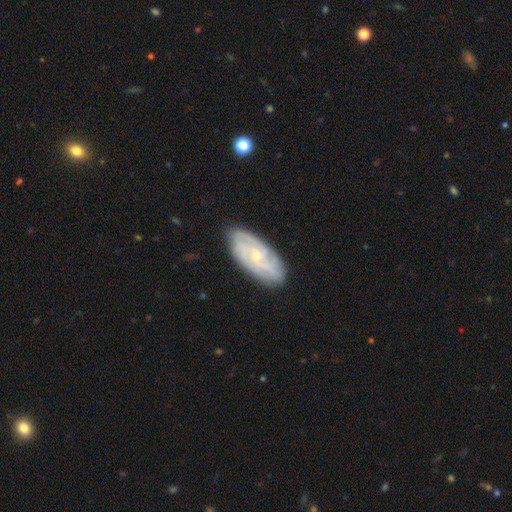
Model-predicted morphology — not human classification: Q: Smooth or featured?
A: featured or disk (71%); runner-up: smooth (23%)
Q: Edge-on disk?
A: no (92%); runner-up: yes (8%)
Q: Bar?
A: no (72%); runner-up: weak (24%)
Q: Spiral arms?
A: yes (90%); runner-up: no (10%)
Q: Spiral winding?
A: tight (60%); runner-up: medium (31%)
Q: Spiral arm count?
A: can't tell (40%); runner-up: 3 (19%)
Q: Bulge size?
A: small (71%); runner-up: moderate (24%)
Q: Merging?
A: none (82%); runner-up: minor disturbance (14%)